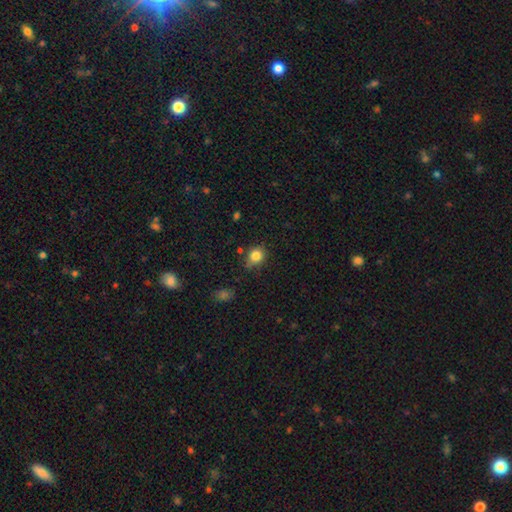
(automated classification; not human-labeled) Smooth or featured? Predicted: smooth (p=0.83). How rounded? Predicted: round (p=0.68). Merging? Predicted: none (p=0.68).